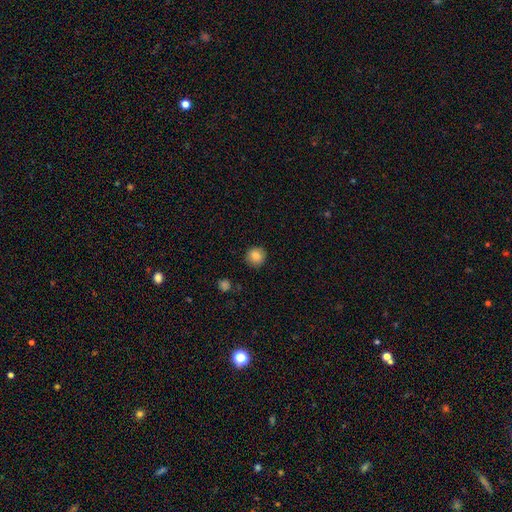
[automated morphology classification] Smooth or featured? Predicted: smooth (p=0.85). How rounded? Predicted: round (p=0.94). Merging? Predicted: none (p=0.92).